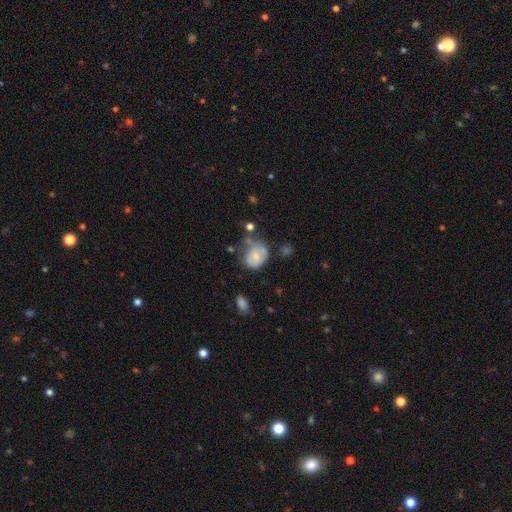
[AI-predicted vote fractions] Smooth or featured? smooth (60%)
How rounded? in between (50%)
Merging? none (36%)